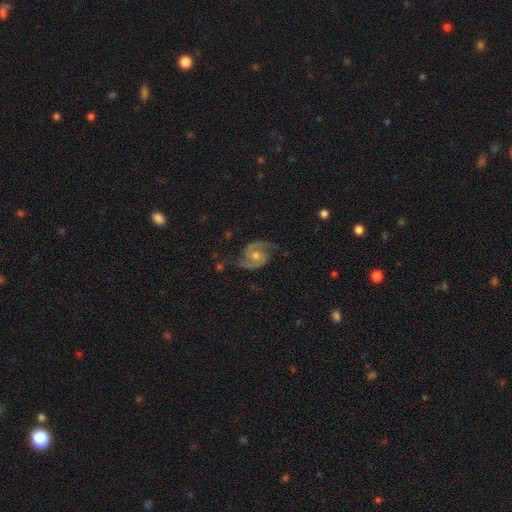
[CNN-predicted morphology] Smooth or featured: featured or disk — 91% (star or artifact — 5%)
Edge-on disk: no — 98% (yes — 2%)
Bar: no — 62% (weak — 31%)
Spiral arms: yes — 98% (no — 2%)
Spiral winding: medium — 58% (tight — 23%)
Spiral arm count: 2 — 94% (can't tell — 2%)
Bulge size: moderate — 54% (small — 41%)
Merging: none — 78% (minor disturbance — 15%)